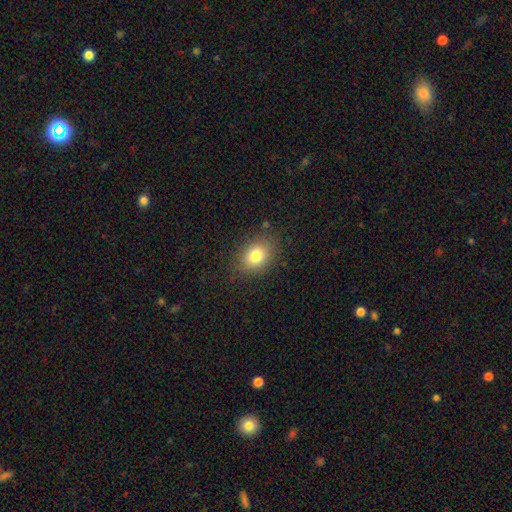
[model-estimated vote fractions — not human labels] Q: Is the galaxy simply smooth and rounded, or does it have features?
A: smooth — 80%.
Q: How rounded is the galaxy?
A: in between — 65%.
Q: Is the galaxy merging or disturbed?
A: none — 83%.